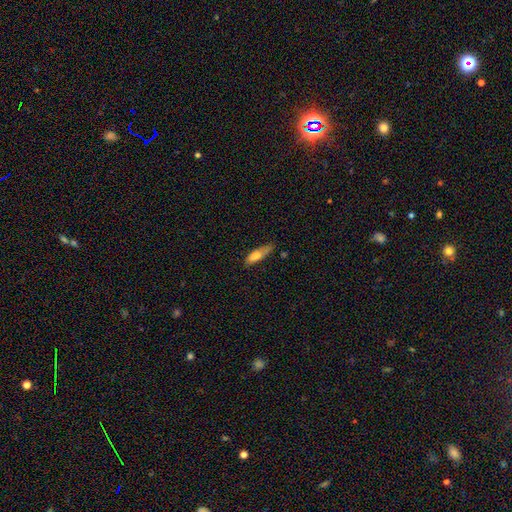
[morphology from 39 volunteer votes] Smooth or featured? smooth (77%)
How rounded? cigar-shaped (57%)
Merging? minor disturbance (43%)